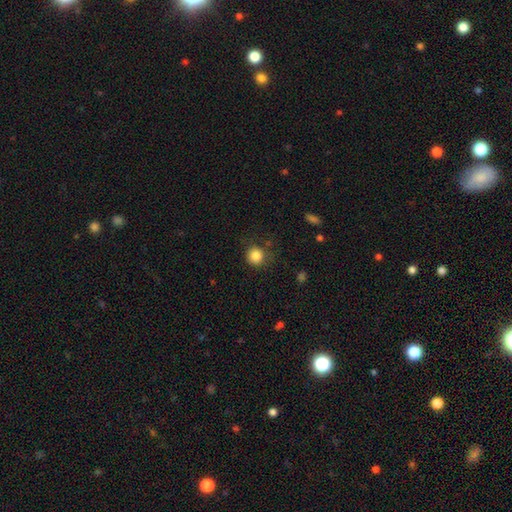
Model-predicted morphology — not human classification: Smooth or featured: smooth — 84% (star or artifact — 11%)
How rounded: round — 92% (in between — 7%)
Merging: none — 80% (minor disturbance — 14%)